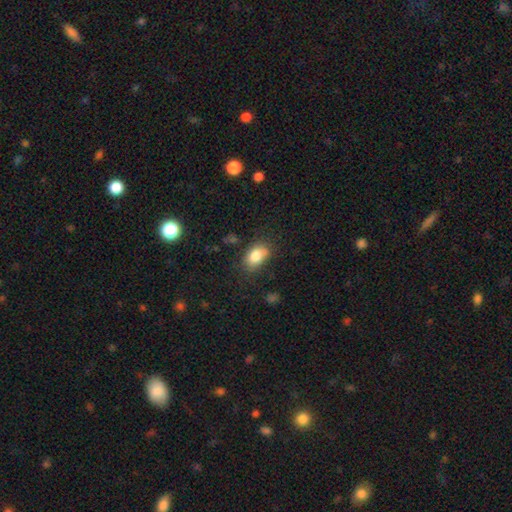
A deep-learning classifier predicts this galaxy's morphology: Smooth or featured: smooth — 83% (featured or disk — 9%)
How rounded: in between — 85% (round — 14%)
Merging: none — 70% (minor disturbance — 21%)